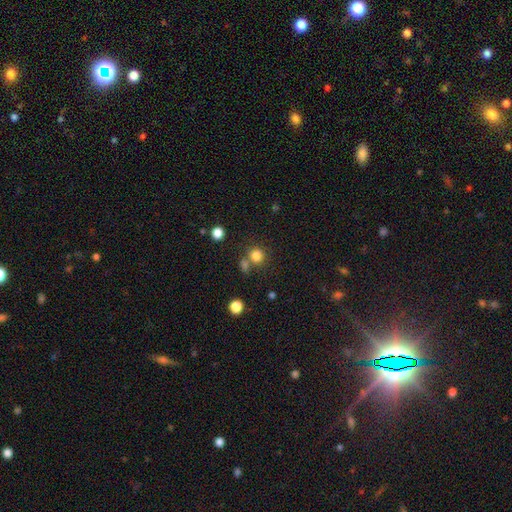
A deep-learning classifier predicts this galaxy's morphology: smooth-or-featured: smooth: 80% | star or artifact: 14% | featured or disk: 6%
  how-rounded: round: 88% | in between: 11% | cigar-shaped: 1%
  merging: none: 65% | merger: 22% | minor disturbance: 9% | major disturbance: 4%